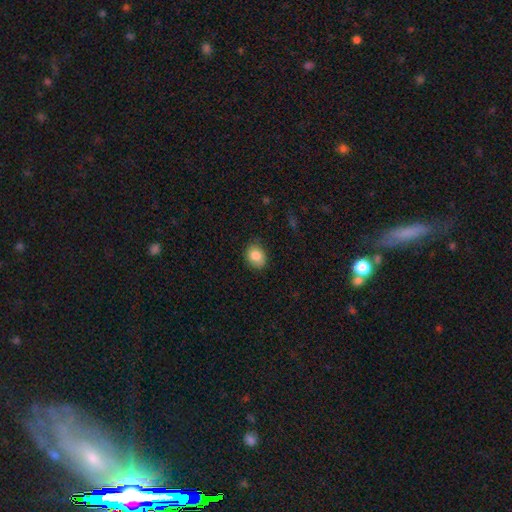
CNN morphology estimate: Smooth or featured: smooth — 84% (star or artifact — 8%)
How rounded: in between — 52% (round — 47%)
Merging: none — 80% (minor disturbance — 16%)